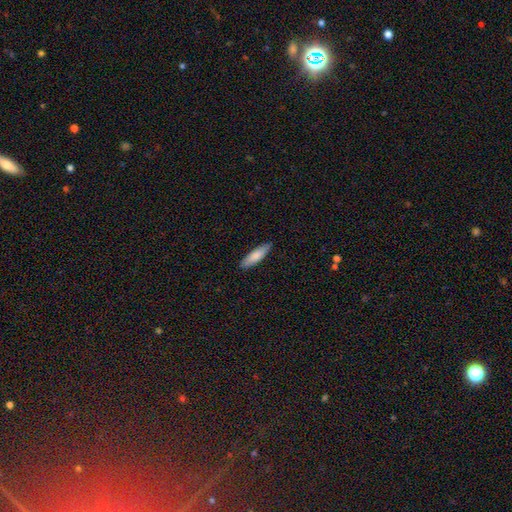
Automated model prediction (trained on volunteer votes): Smooth or featured?
  - smooth: 81% *
  - featured or disk: 14%
  - star or artifact: 5%
How rounded?
  - cigar-shaped: 63% *
  - in between: 36%
  - round: 1%
Merging?
  - none: 89% *
  - minor disturbance: 9%
  - major disturbance: 2%
  - merger: 1%